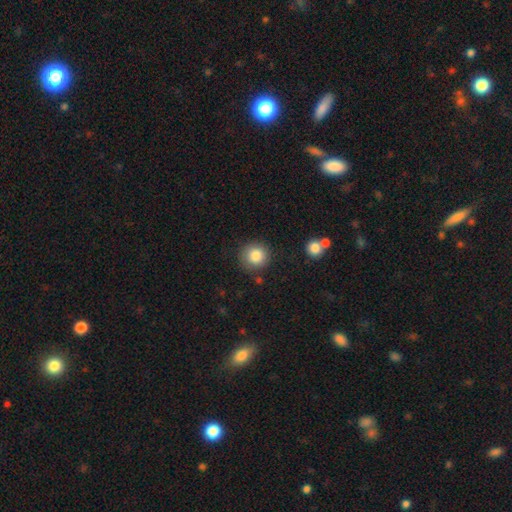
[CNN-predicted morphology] smooth-or-featured: smooth: 84% | star or artifact: 10% | featured or disk: 6%
  how-rounded: round: 93% | in between: 6% | cigar-shaped: 1%
  merging: none: 85% | minor disturbance: 9% | merger: 3% | major disturbance: 3%